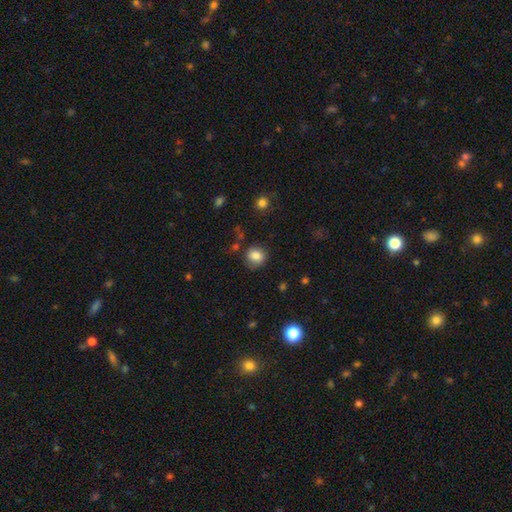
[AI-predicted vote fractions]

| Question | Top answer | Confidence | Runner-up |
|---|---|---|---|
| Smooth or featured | smooth | 83% | star or artifact (10%) |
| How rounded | round | 79% | in between (20%) |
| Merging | none | 77% | minor disturbance (15%) |